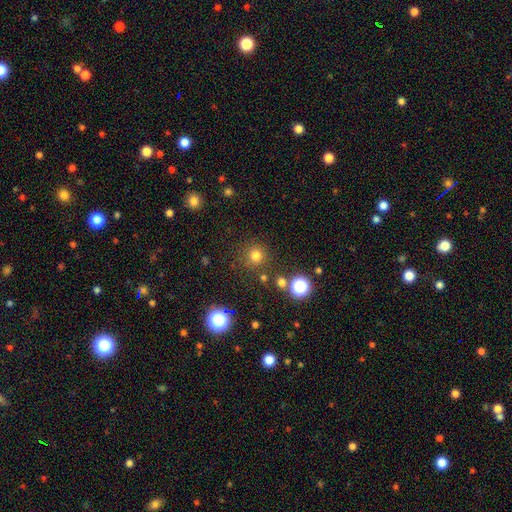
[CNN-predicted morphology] Q: Smooth or featured?
A: smooth (76%); runner-up: star or artifact (19%)
Q: How rounded?
A: round (94%); runner-up: in between (5%)
Q: Merging?
A: none (85%); runner-up: minor disturbance (7%)